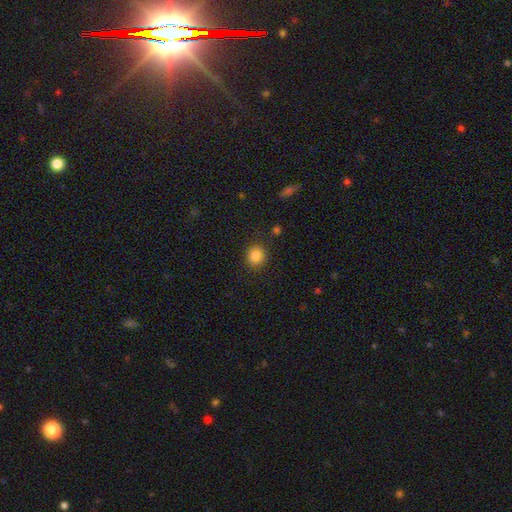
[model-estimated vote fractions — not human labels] The model was most divided on "how rounded": round: 86%, in between: 13%, cigar-shaped: 1%. More confident: merging — none (89%); smooth or featured — smooth (85%).